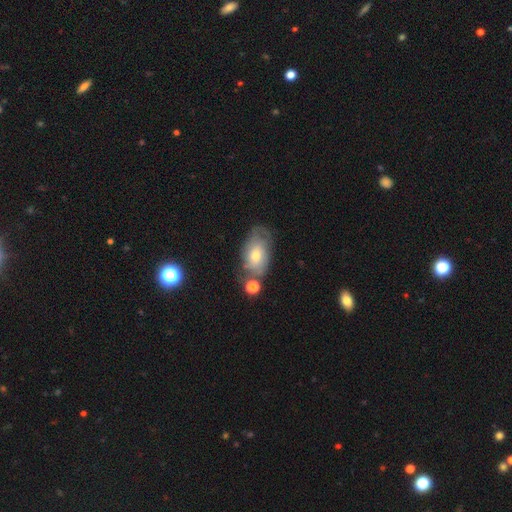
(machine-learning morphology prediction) featured or disk 50%, smooth 39%, star or artifact 11%. Down the decision tree: merging — none (59%).